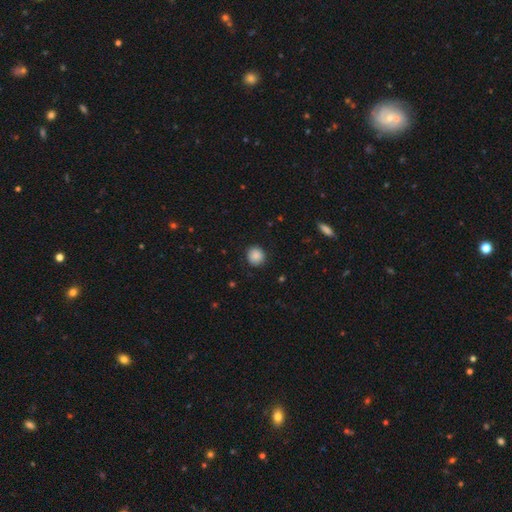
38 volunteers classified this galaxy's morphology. Smooth or featured?
  - smooth: 95% *
  - featured or disk: 3%
  - star or artifact: 3%
How rounded?
  - round: 83% *
  - in between: 17%
  - cigar-shaped: 0%
Merging?
  - none: 95% *
  - minor disturbance: 5%
  - major disturbance: 0%
  - merger: 0%